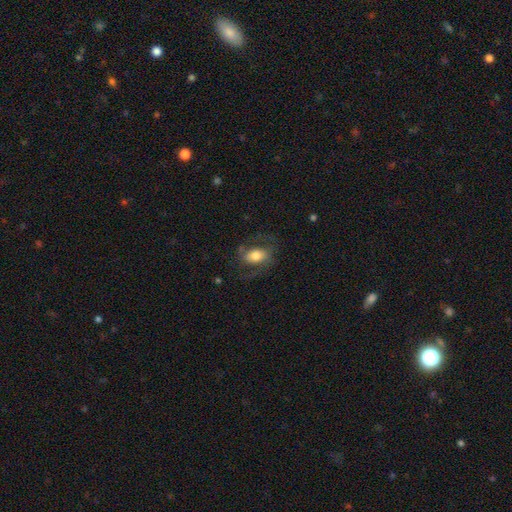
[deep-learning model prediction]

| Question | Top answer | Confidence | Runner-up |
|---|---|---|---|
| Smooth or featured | smooth | 50% | featured or disk (43%) |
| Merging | none | 61% | minor disturbance (19%) |